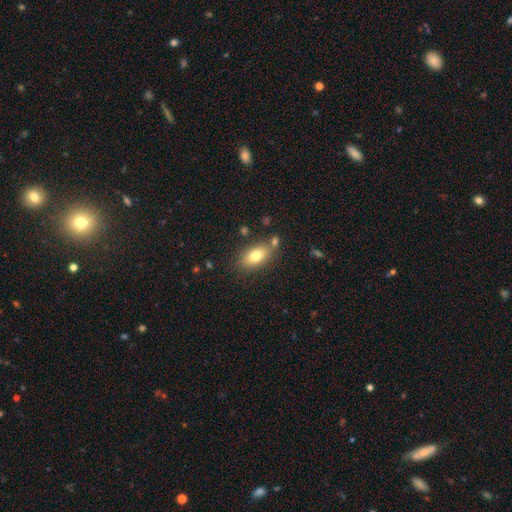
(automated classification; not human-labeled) Overall: smooth (76%). How rounded: in between (87%). Merging: none (72%).